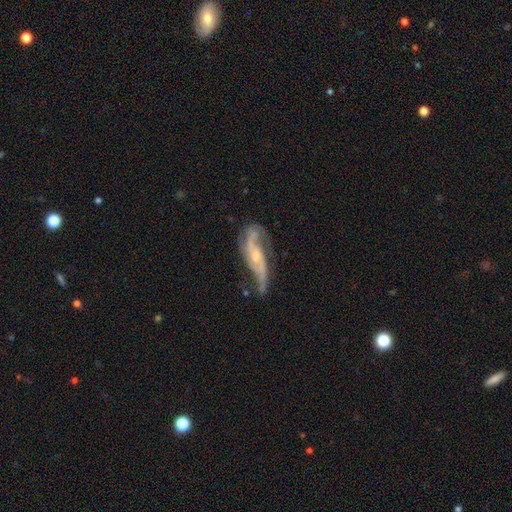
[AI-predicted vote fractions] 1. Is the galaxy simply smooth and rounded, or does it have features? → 84% featured or disk, 10% smooth, 6% star or artifact.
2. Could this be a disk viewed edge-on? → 87% no, 13% yes.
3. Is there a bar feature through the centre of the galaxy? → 53% no, 33% weak, 13% strong.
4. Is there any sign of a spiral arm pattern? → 94% yes, 6% no.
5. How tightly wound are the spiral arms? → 53% loose, 34% medium, 13% tight.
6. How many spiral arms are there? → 82% 2, 7% can't tell, 5% 3, 3% 1, 2% 4, 2% more than 4.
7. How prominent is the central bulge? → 57% small, 36% moderate, 4% none, 2% large, 1% dominant.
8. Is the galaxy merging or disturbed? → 52% none, 26% minor disturbance, 18% major disturbance, 4% merger.